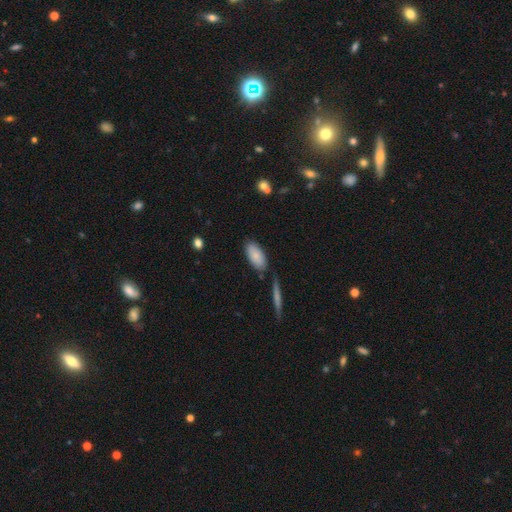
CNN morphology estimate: Smooth or featured: smooth — 85% (featured or disk — 9%)
How rounded: in between — 89% (cigar-shaped — 9%)
Merging: none — 76% (minor disturbance — 13%)